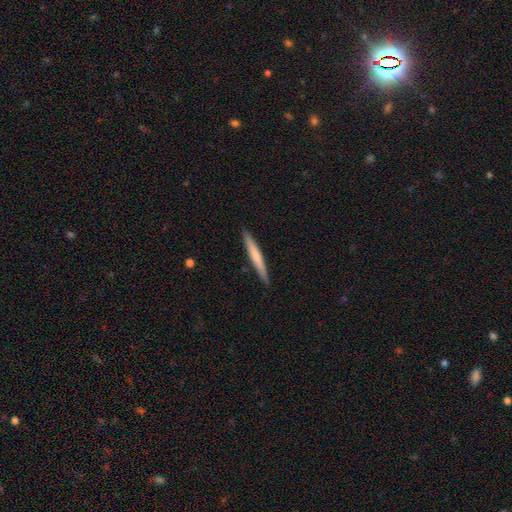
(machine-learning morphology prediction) Smooth or featured? smooth (62%)
How rounded? cigar-shaped (96%)
Merging? none (90%)